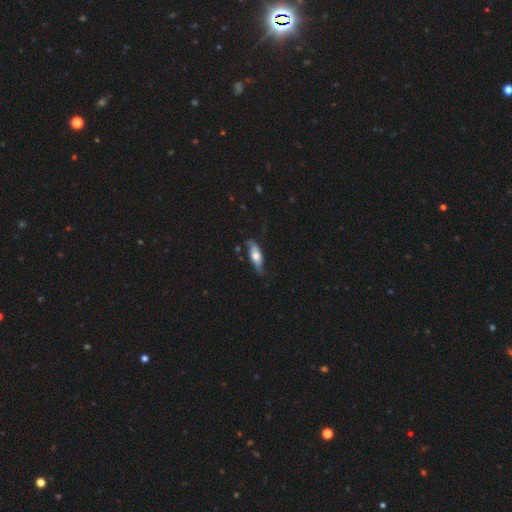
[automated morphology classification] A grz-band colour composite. It shows a featured or disk galaxy (48%). Merging: none (60%).